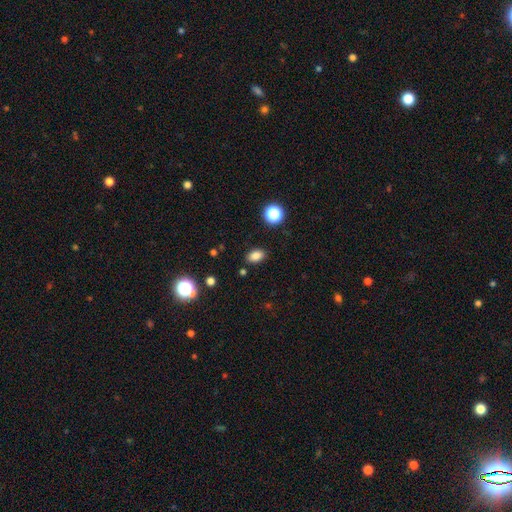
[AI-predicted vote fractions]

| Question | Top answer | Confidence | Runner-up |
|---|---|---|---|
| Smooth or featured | smooth | 83% | star or artifact (12%) |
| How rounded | in between | 84% | round (14%) |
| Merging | none | 87% | minor disturbance (9%) |